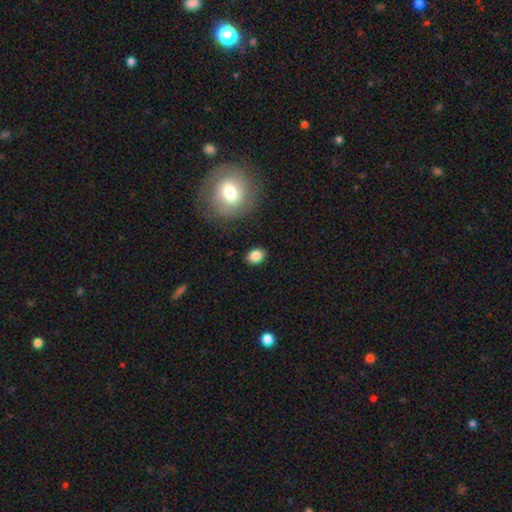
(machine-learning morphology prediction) This is clearly a smooth galaxy (85%). How rounded: likely in between (61%). Merging: clearly none (87%).